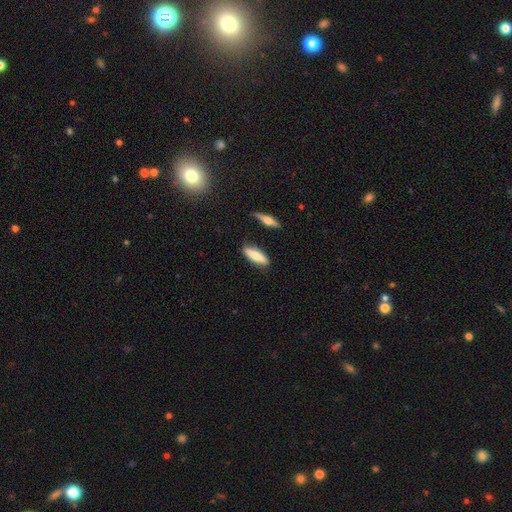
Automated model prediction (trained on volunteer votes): A smooth galaxy with no disk features (67%) that is cigar-shaped (56%). Merging: none (83%).